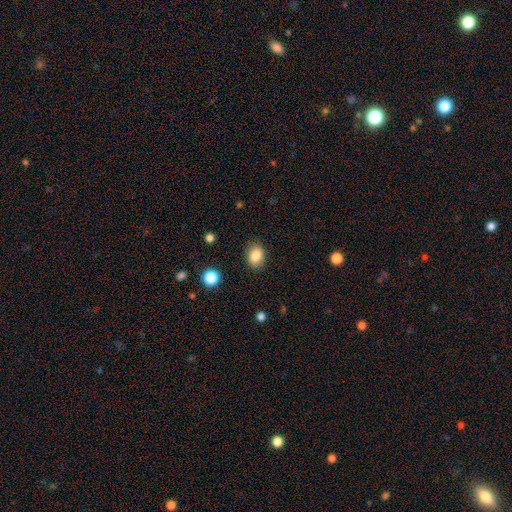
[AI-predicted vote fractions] smooth-or-featured: smooth: 85% | star or artifact: 9% | featured or disk: 6%
  how-rounded: in between: 68% | round: 31% | cigar-shaped: 1%
  merging: none: 85% | minor disturbance: 11% | major disturbance: 3% | merger: 1%